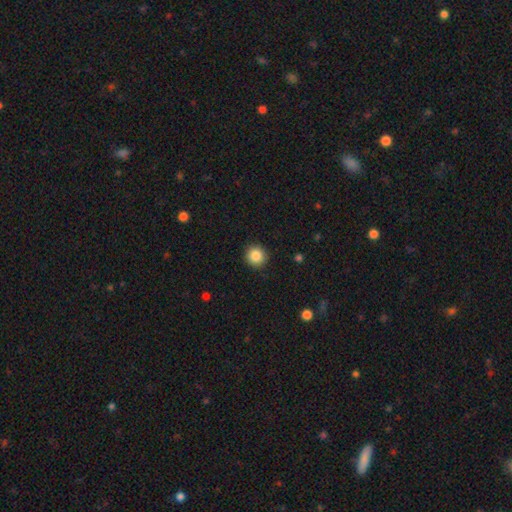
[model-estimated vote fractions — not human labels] smooth 86%, star or artifact 10%, featured or disk 4%. Down the decision tree: how rounded — round (95%); merging — none (92%).